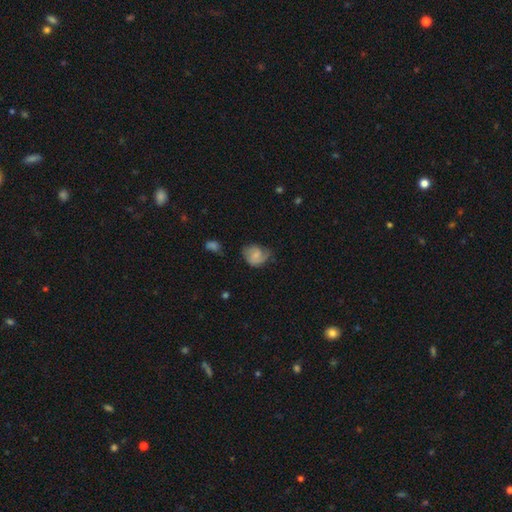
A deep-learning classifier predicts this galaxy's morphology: type=smooth (56%); roundness=round (55%); merging=none (47%).